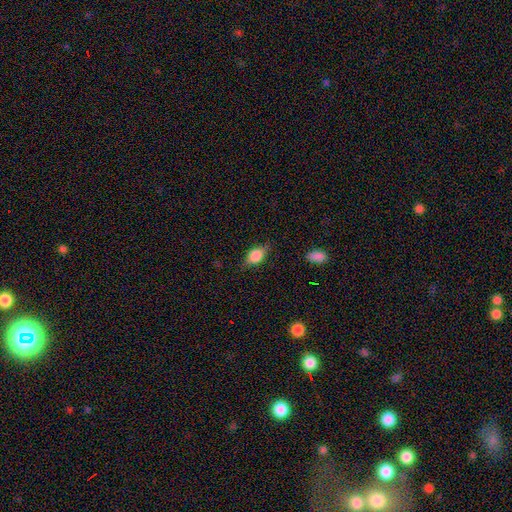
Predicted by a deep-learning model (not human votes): Smooth or featured: smooth — 74% (featured or disk — 17%)
How rounded: in between — 77% (round — 17%)
Merging: none — 72% (minor disturbance — 21%)